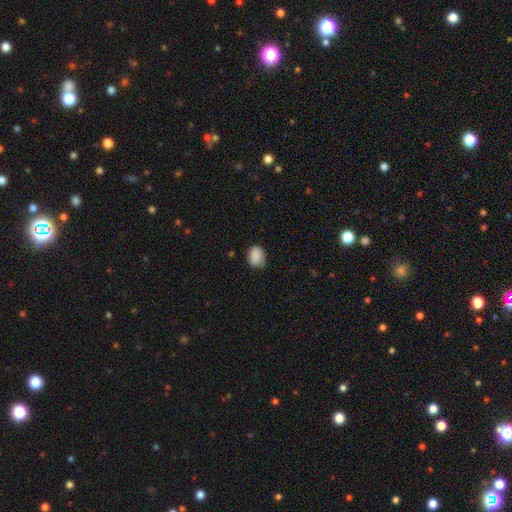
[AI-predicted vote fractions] Smooth or featured: smooth — 86% (star or artifact — 8%)
How rounded: in between — 60% (round — 39%)
Merging: none — 70% (minor disturbance — 24%)